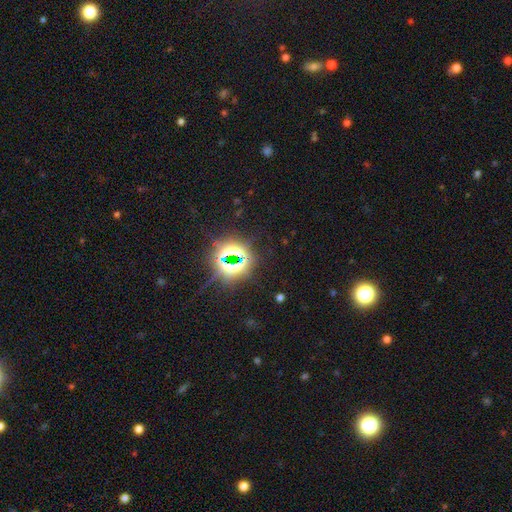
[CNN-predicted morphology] The model was most divided on "smooth or featured": star or artifact: 78%, smooth: 14%, featured or disk: 8%.